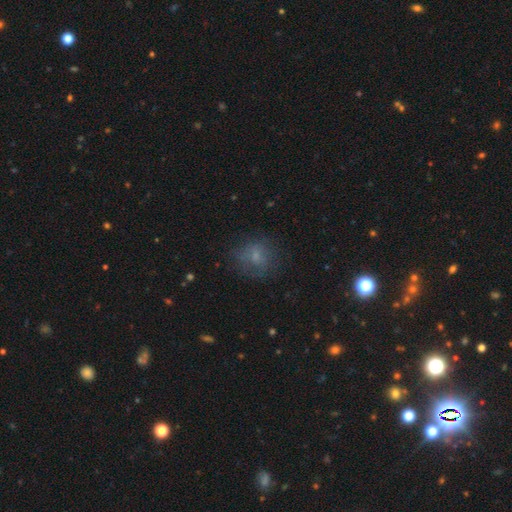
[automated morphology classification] smooth 62%, featured or disk 23%, star or artifact 16%. Down the decision tree: how rounded — round (72%); merging — none (66%).